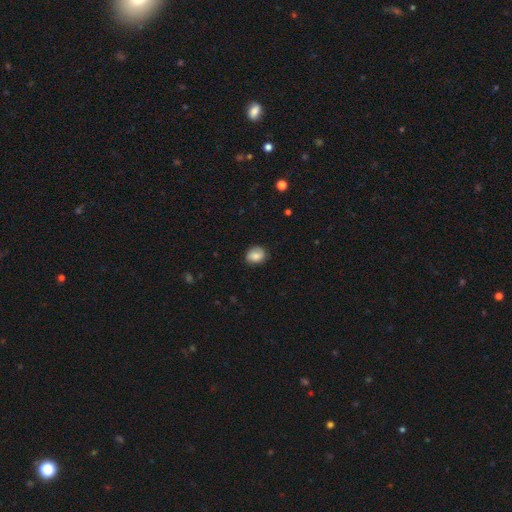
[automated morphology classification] Overall: smooth (76%). How rounded: round (57%; in between 42%). Merging: none (80%).